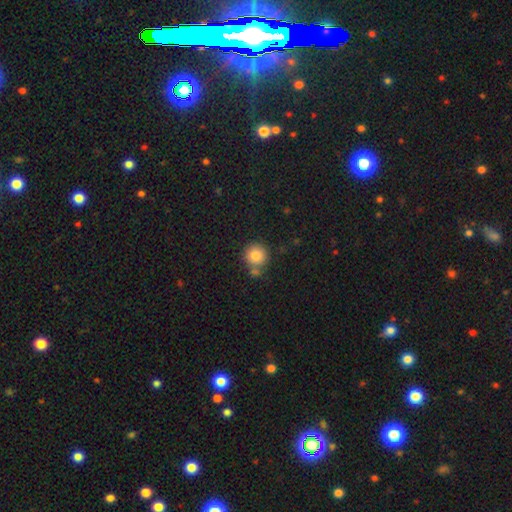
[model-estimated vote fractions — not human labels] A smooth galaxy with no disk features (82%) that is round (93%).

Vote fractions:
- Smooth or featured? smooth: 82% / star or artifact: 10% / featured or disk: 8%
- How rounded? round: 93% / in between: 6% / cigar-shaped: 1%
- Merging? none: 67% / merger: 18% / minor disturbance: 11% / major disturbance: 3%